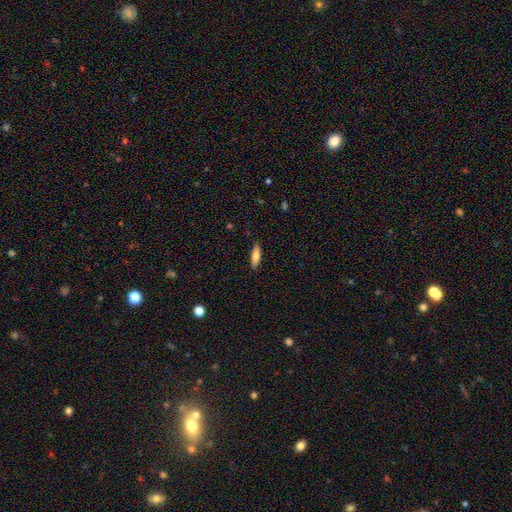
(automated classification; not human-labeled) smooth_or_featured: smooth (p=0.74) [alt: featured or disk p=0.20]
how_rounded: cigar-shaped (p=0.50) [alt: in between p=0.48]
merging: none (p=0.87) [alt: minor disturbance p=0.10]